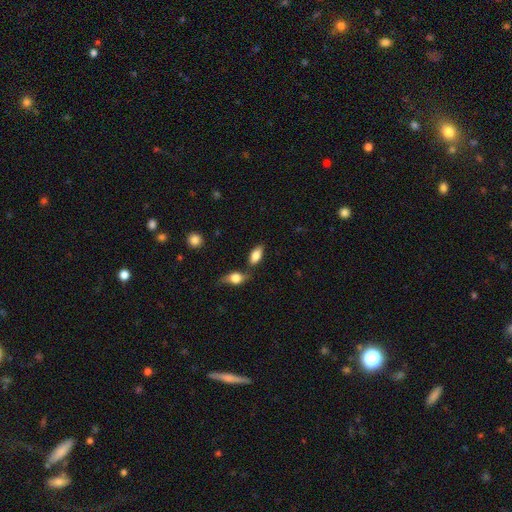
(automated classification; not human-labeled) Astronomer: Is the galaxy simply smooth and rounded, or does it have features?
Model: smooth — 80%.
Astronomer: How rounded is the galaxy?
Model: in between — 88%.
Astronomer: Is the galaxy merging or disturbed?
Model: none — 63%.